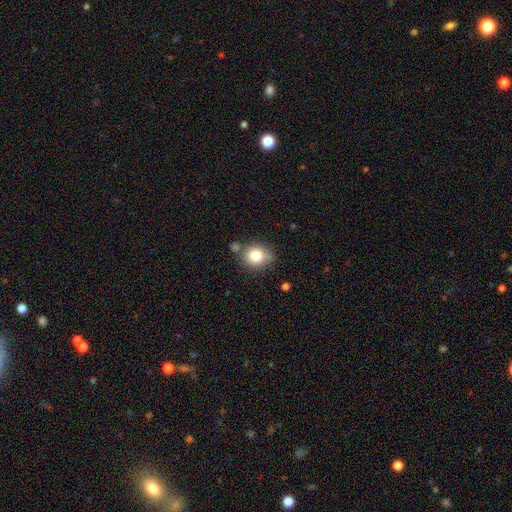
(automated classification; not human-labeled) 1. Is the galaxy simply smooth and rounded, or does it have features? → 81% smooth, 10% star or artifact, 10% featured or disk.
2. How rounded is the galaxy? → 76% round, 23% in between, 1% cigar-shaped.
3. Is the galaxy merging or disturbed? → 68% none, 17% minor disturbance, 10% merger, 5% major disturbance.